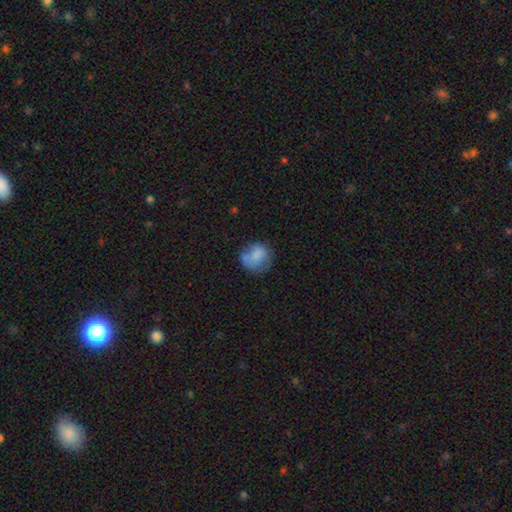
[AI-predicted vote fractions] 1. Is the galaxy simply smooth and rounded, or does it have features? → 72% smooth, 20% featured or disk, 9% star or artifact.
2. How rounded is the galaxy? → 78% round, 21% in between, 1% cigar-shaped.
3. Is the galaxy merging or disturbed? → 51% none, 26% minor disturbance, 14% major disturbance, 9% merger.